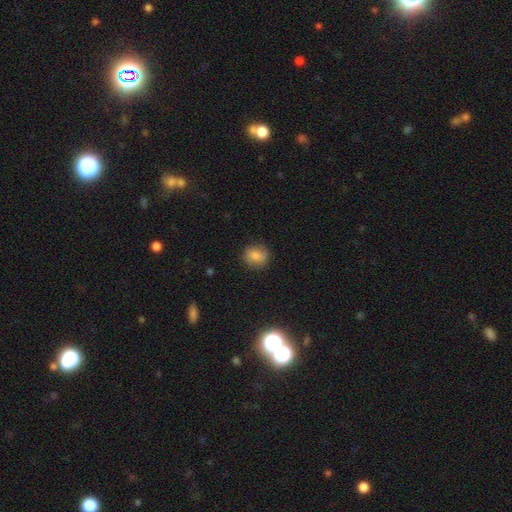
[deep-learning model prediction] Overall: smooth (81%). How rounded: round (82%). Merging: none (82%).